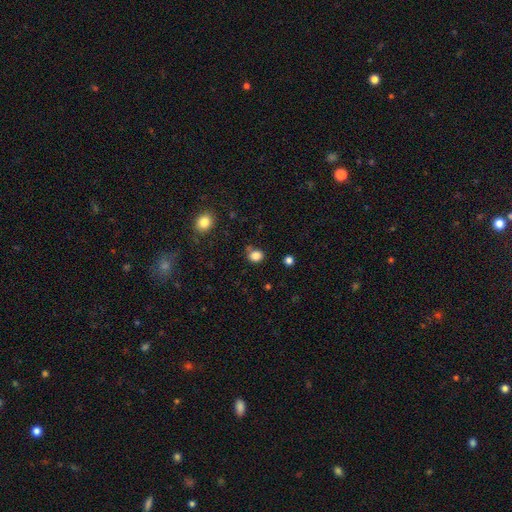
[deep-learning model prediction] A smooth galaxy with no disk features (84%) that is round (66%).

Vote fractions:
- Smooth or featured? smooth: 84% / star or artifact: 12% / featured or disk: 4%
- How rounded? round: 66% / in between: 33% / cigar-shaped: 1%
- Merging? none: 71% / minor disturbance: 18% / merger: 7% / major disturbance: 5%